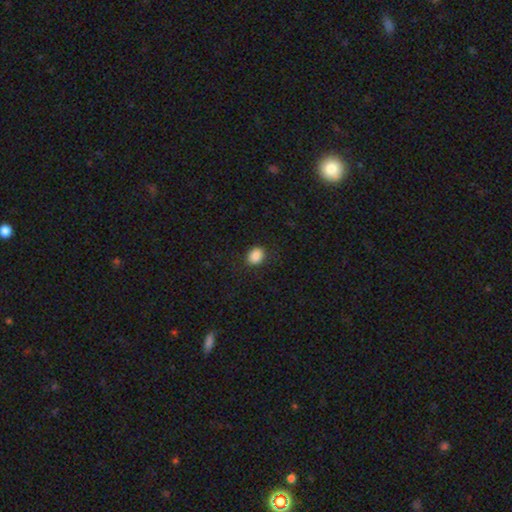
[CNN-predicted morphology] smooth_or_featured: smooth (p=0.88) [alt: star or artifact p=0.09]
how_rounded: in between (p=0.60) [alt: round p=0.39]
merging: none (p=0.85) [alt: minor disturbance p=0.11]